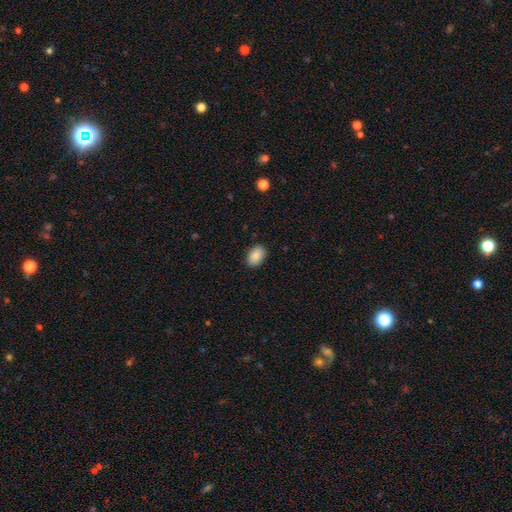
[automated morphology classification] Overall: smooth (89%). How rounded: in between (85%). Merging: none (87%).